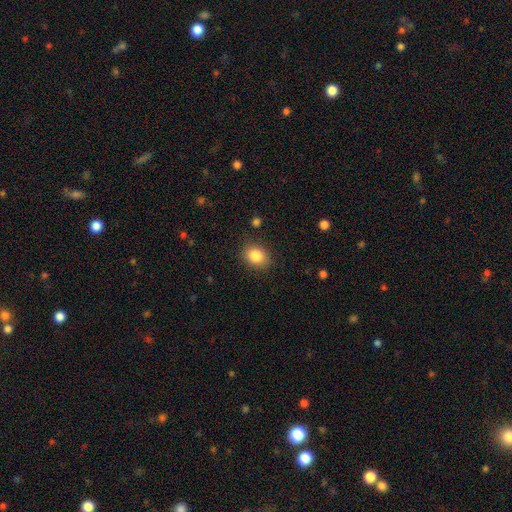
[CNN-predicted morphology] Overall: smooth (86%). How rounded: in between (55%; round 44%). Merging: none (84%).